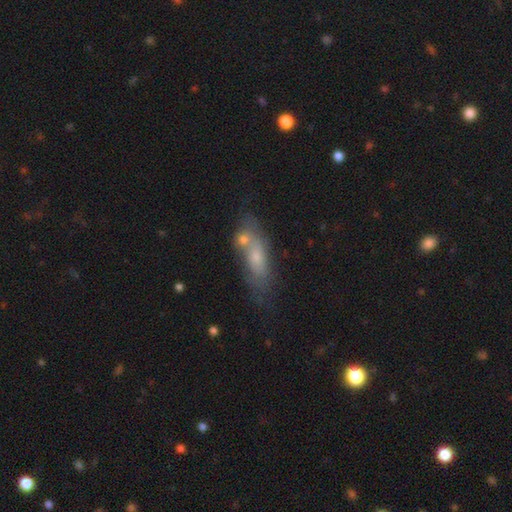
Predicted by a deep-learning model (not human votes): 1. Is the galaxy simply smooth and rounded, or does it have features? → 54% smooth, 33% featured or disk, 12% star or artifact.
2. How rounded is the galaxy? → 53% in between, 42% cigar-shaped, 5% round.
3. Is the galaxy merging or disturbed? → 46% none, 29% merger, 17% minor disturbance, 8% major disturbance.